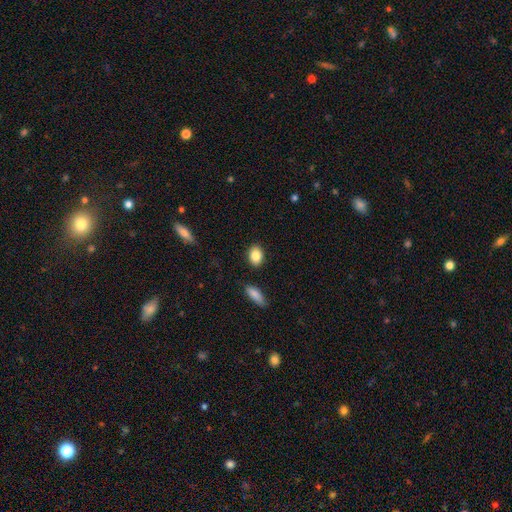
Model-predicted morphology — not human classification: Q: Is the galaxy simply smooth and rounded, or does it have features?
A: smooth — 86%.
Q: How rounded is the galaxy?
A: in between — 71%.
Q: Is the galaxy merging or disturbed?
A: none — 87%.